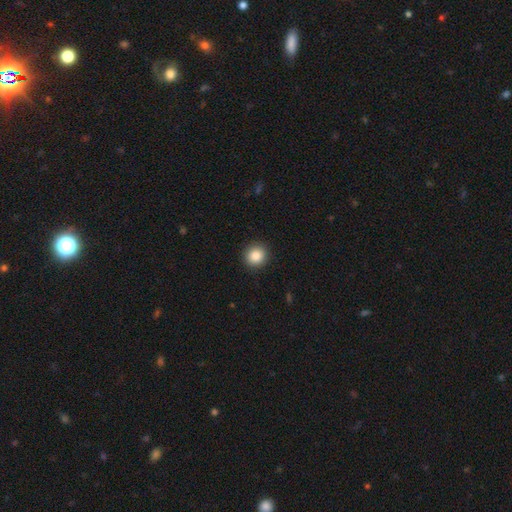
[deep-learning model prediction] Smooth or featured?
  - smooth: 85% *
  - star or artifact: 9%
  - featured or disk: 5%
How rounded?
  - round: 90% *
  - in between: 9%
  - cigar-shaped: 1%
Merging?
  - none: 92% *
  - minor disturbance: 5%
  - major disturbance: 2%
  - merger: 1%